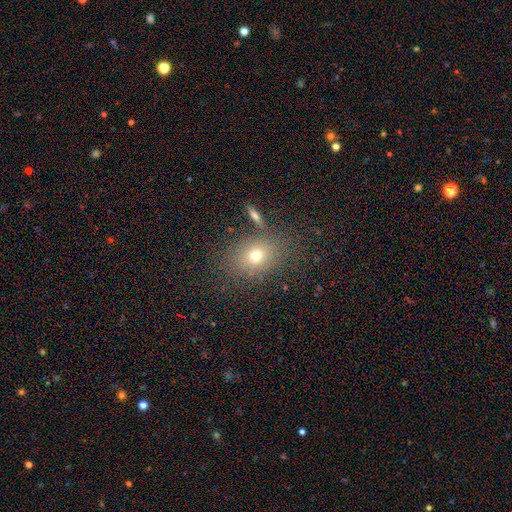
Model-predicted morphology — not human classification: Smooth or featured: smooth — 68% (star or artifact — 17%)
How rounded: in between — 52% (round — 46%)
Merging: none — 77% (minor disturbance — 12%)